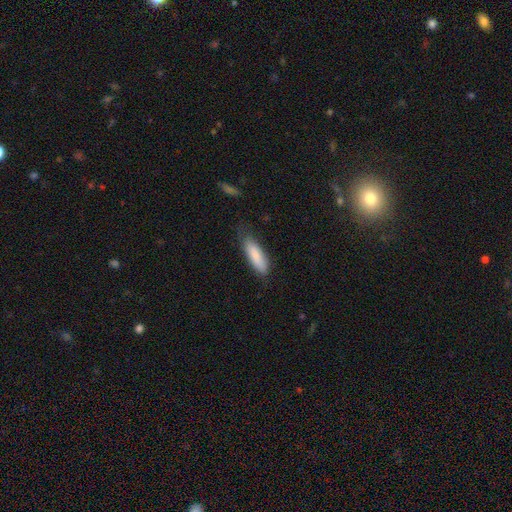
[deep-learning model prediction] This appears to be a smooth galaxy with no disk features (83%) that is cigar-shaped (50%). Merging: none (65%).